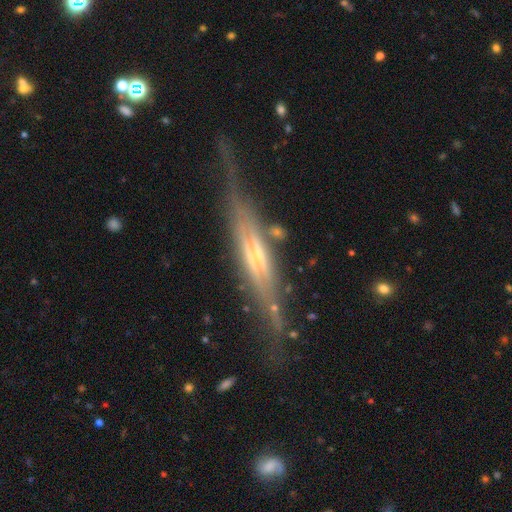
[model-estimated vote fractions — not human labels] smooth_or_featured: featured or disk (p=0.84) [alt: smooth p=0.09]
disk_edge_on: yes (p=0.95) [alt: no p=0.05]
edge_on_bulge: rounded (p=0.57) [alt: boxy p=0.24]
merging: none (p=0.71) [alt: minor disturbance p=0.18]